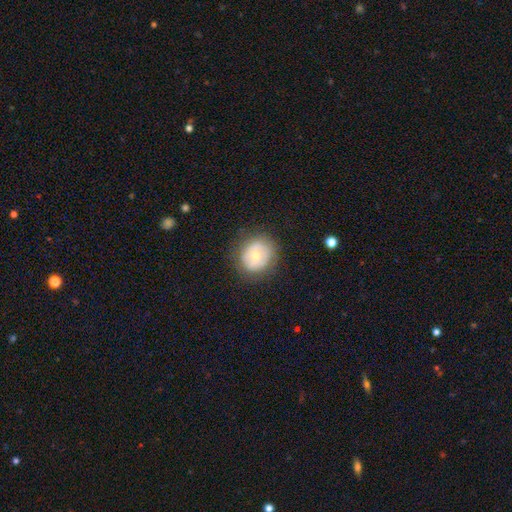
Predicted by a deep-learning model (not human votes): Q: Smooth or featured?
A: smooth (53%); runner-up: featured or disk (39%)
Q: How rounded?
A: round (79%); runner-up: in between (20%)
Q: Merging?
A: none (78%); runner-up: minor disturbance (15%)